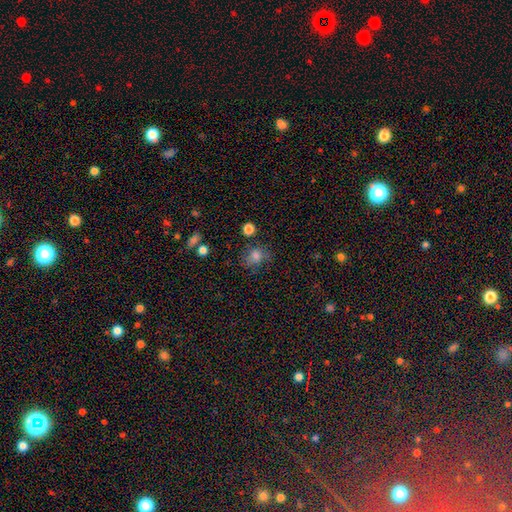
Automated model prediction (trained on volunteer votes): Smooth or featured?
  - smooth: 77% *
  - star or artifact: 14%
  - featured or disk: 9%
How rounded?
  - round: 57% *
  - in between: 42%
  - cigar-shaped: 1%
Merging?
  - none: 66% *
  - minor disturbance: 21%
  - major disturbance: 9%
  - merger: 5%